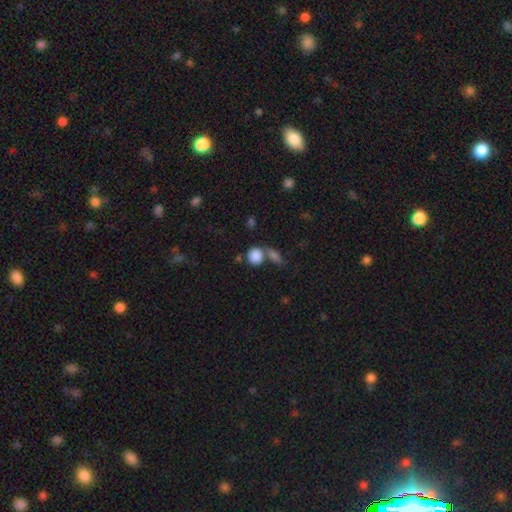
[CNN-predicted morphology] smooth_or_featured: smooth (p=0.85) [alt: star or artifact p=0.09]
how_rounded: round (p=0.78) [alt: in between p=0.20]
merging: none (p=0.50) [alt: merger p=0.35]